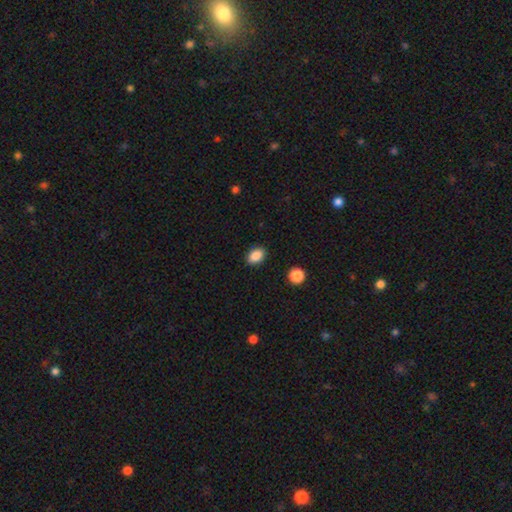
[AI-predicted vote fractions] This appears to be a smooth galaxy with no disk features (88%) that is in between round and cigar-shaped (81%). Merging: none (89%).